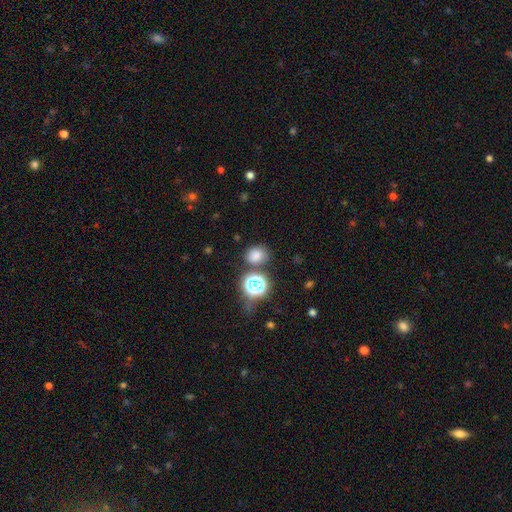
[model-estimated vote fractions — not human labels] smooth_or_featured: smooth (p=0.75) [alt: star or artifact p=0.20]
how_rounded: round (p=0.60) [alt: in between p=0.39]
merging: none (p=0.73) [alt: minor disturbance p=0.12]